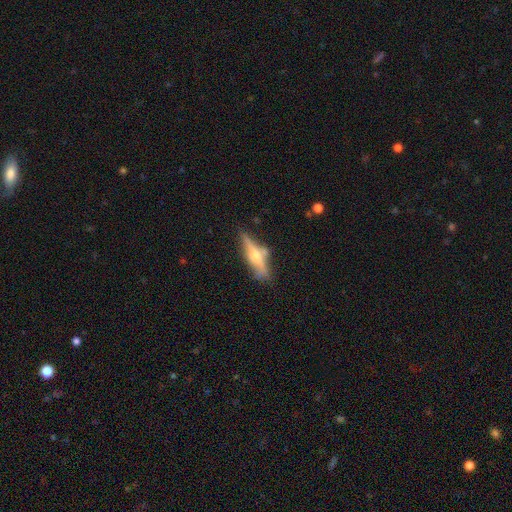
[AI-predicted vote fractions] featured or disk 61%, smooth 32%, star or artifact 7%. Down the decision tree: edge-on disk — yes (91%); edge-on bulge — rounded (90%); merging — none (68%).